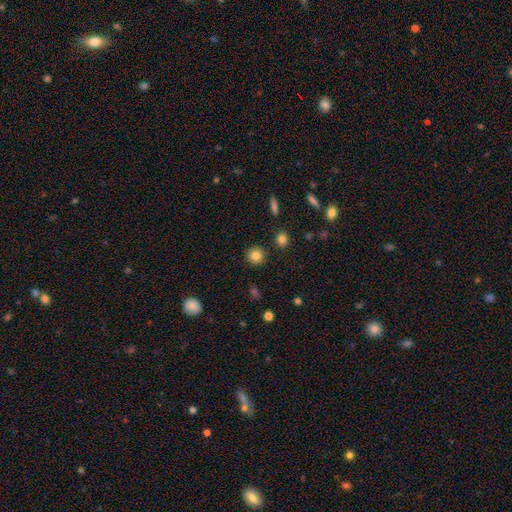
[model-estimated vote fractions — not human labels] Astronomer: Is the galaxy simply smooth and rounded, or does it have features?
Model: smooth — 84%.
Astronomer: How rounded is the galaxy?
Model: round — 93%.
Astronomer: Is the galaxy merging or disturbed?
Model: none — 91%.